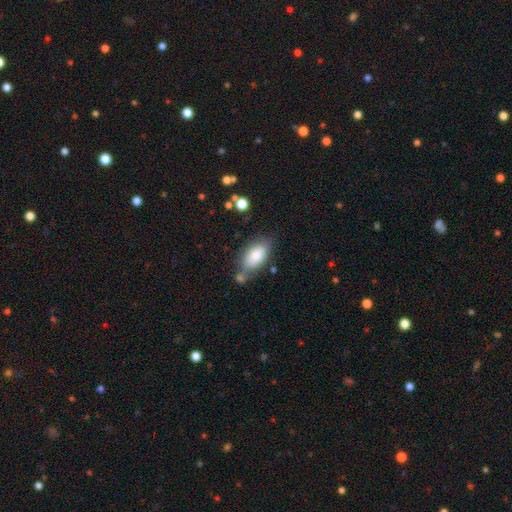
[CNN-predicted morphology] This appears to be a smooth galaxy with no disk features (81%) that is in between round and cigar-shaped (92%). Merging: none (53%).